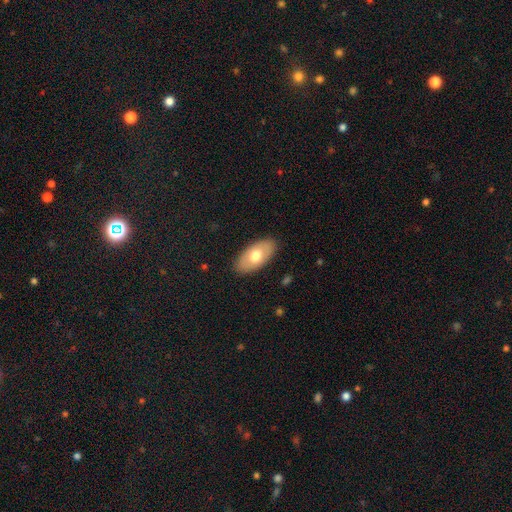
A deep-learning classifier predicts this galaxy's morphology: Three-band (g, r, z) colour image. It shows a smooth galaxy with no disk features (64%) that is in between round and cigar-shaped (94%). Merging: none (86%).